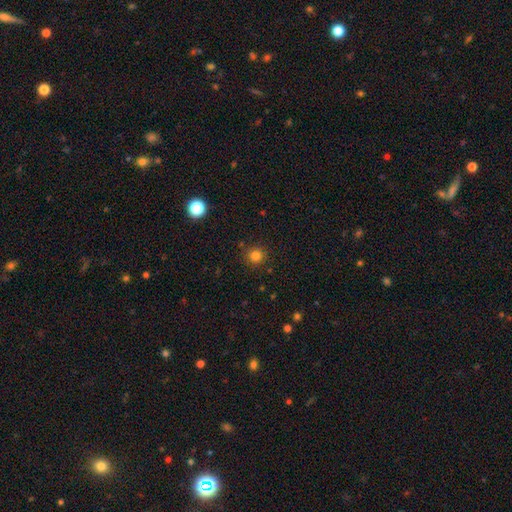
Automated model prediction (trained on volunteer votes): Q: Smooth or featured?
A: smooth (81%); runner-up: star or artifact (14%)
Q: How rounded?
A: round (92%); runner-up: in between (7%)
Q: Merging?
A: none (87%); runner-up: minor disturbance (8%)